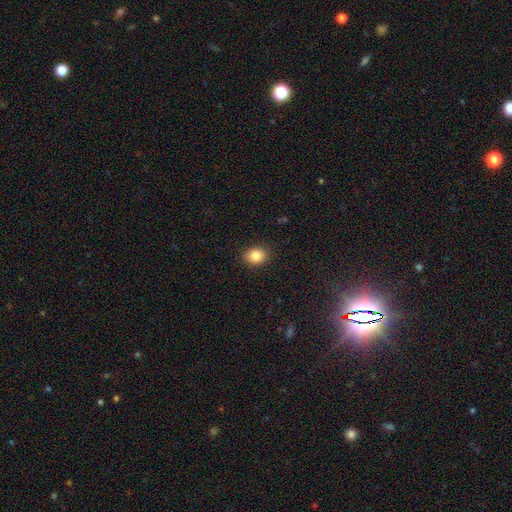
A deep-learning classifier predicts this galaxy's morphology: Smooth or featured? smooth (85%)
How rounded? round (51%)
Merging? none (89%)